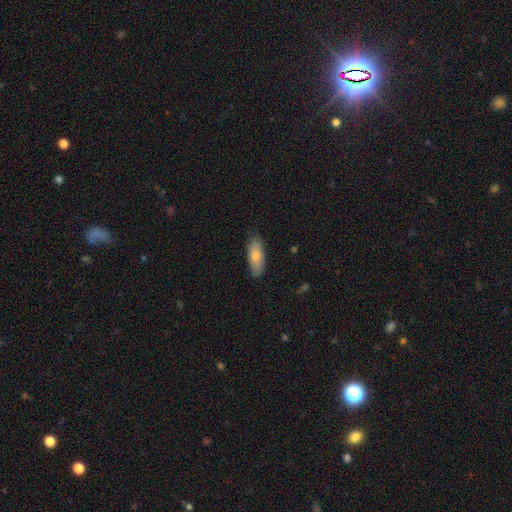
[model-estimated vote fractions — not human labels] Smooth or featured: smooth — 77% (featured or disk — 17%)
How rounded: in between — 75% (cigar-shaped — 23%)
Merging: none — 81% (minor disturbance — 15%)